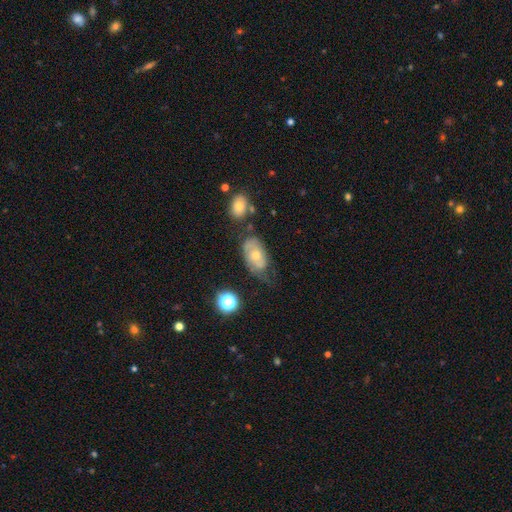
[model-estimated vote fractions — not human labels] A featured or disk galaxy (51%). Merging: none (39%).